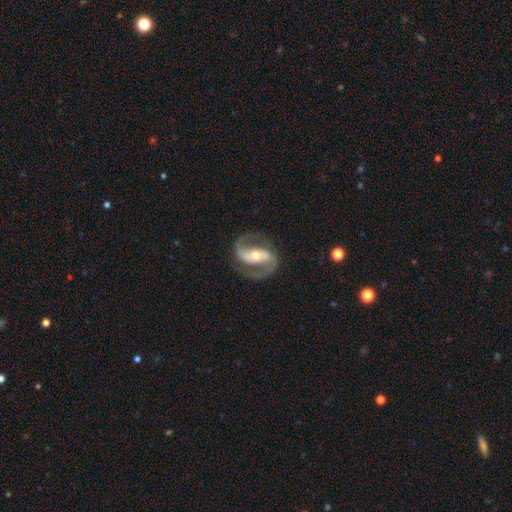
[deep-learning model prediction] This appears to be a featured or disk galaxy (91%) with a strong bar (47%), 2 (94%) medium (58%) spiral arms (97%) and a moderate central bulge (64%). Merging: none (83%).